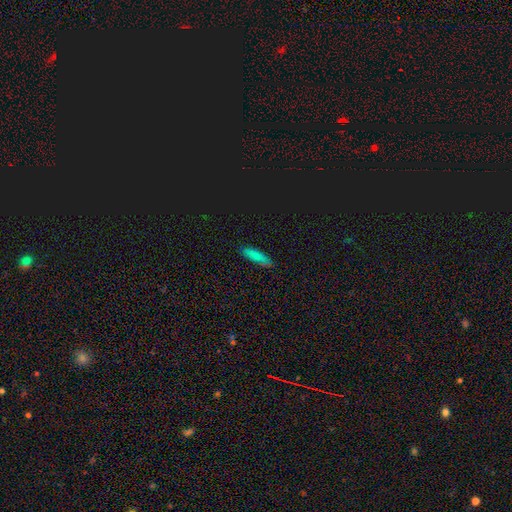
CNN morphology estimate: A smooth galaxy with no disk features (78%) that is cigar-shaped (68%).

Vote fractions:
- Smooth or featured? smooth: 78% / star or artifact: 14% / featured or disk: 9%
- How rounded? cigar-shaped: 68% / in between: 29% / round: 3%
- Merging? none: 84% / minor disturbance: 12% / major disturbance: 2% / merger: 1%